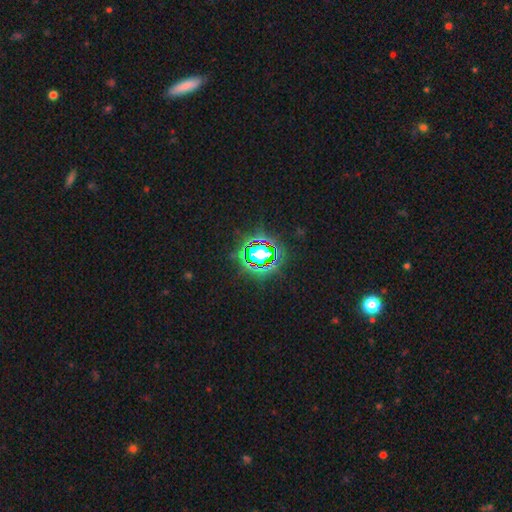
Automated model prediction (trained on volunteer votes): star or artifact 79%, smooth 13%, featured or disk 8%.